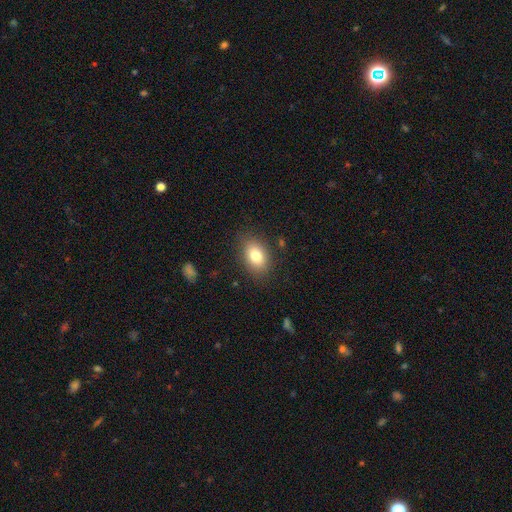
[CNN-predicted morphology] smooth_or_featured: smooth (p=0.80) [alt: featured or disk p=0.11]
how_rounded: in between (p=0.83) [alt: round p=0.15]
merging: none (p=0.83) [alt: minor disturbance p=0.12]